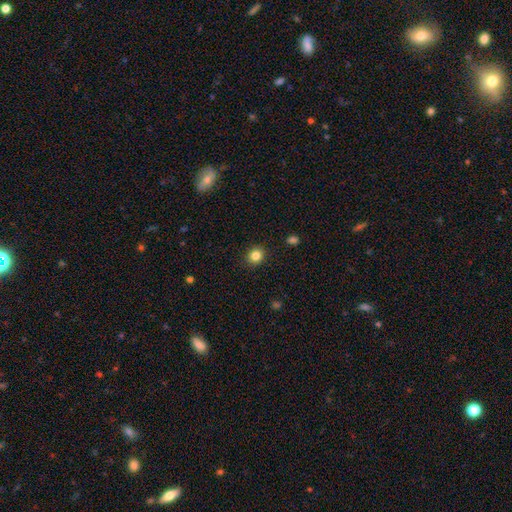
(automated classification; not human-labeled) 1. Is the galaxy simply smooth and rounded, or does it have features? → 84% smooth, 11% star or artifact, 5% featured or disk.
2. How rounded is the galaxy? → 78% round, 21% in between, 1% cigar-shaped.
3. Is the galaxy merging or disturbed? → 91% none, 6% minor disturbance, 2% major disturbance, 1% merger.